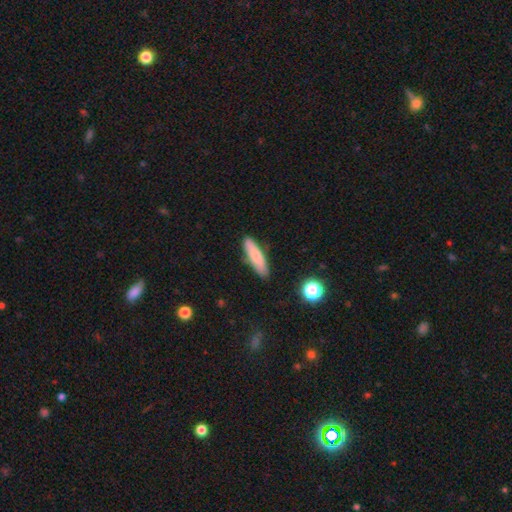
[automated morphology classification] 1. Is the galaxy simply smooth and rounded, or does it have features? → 78% smooth, 15% featured or disk, 7% star or artifact.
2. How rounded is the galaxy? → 70% cigar-shaped, 28% in between, 2% round.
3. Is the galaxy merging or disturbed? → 84% none, 12% minor disturbance, 2% major disturbance, 2% merger.